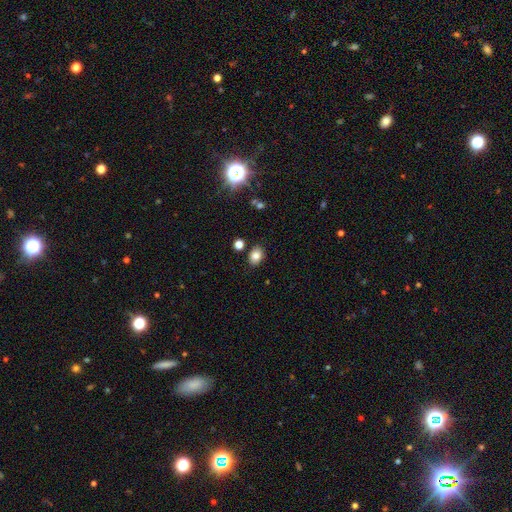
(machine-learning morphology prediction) smooth_or_featured: smooth (p=0.82) [alt: star or artifact p=0.12]
how_rounded: in between (p=0.69) [alt: round p=0.30]
merging: none (p=0.82) [alt: minor disturbance p=0.11]